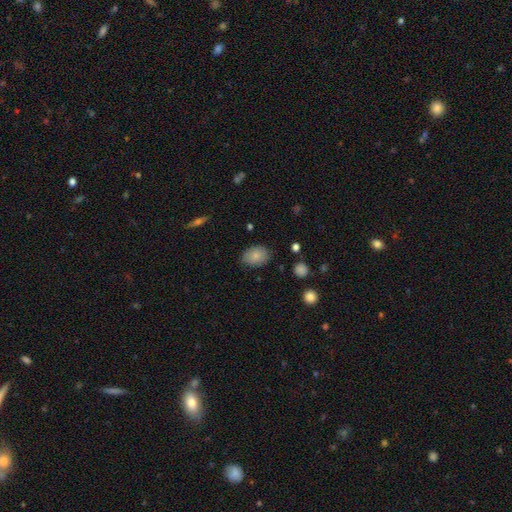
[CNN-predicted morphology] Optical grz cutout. It shows a smooth galaxy with no disk features (82%) that is in between round and cigar-shaped (72%). Merging: none (79%).